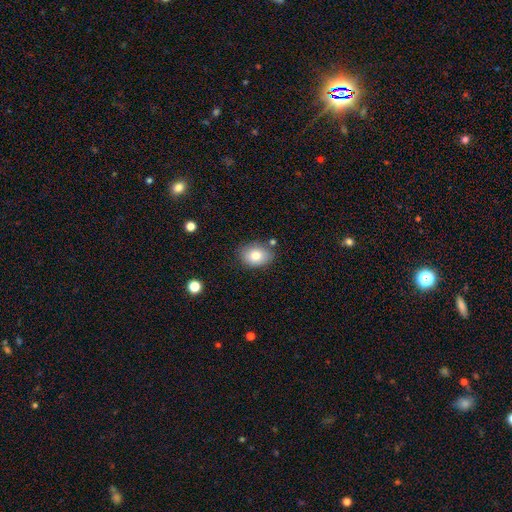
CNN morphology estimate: Smooth or featured? smooth (81%)
How rounded? in between (70%)
Merging? none (79%)